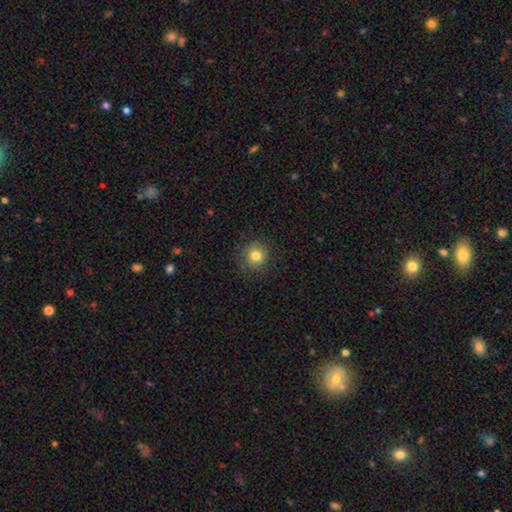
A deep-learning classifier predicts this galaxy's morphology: This is clearly a smooth galaxy (81%). How rounded: clearly round (92%). Merging: clearly none (87%).